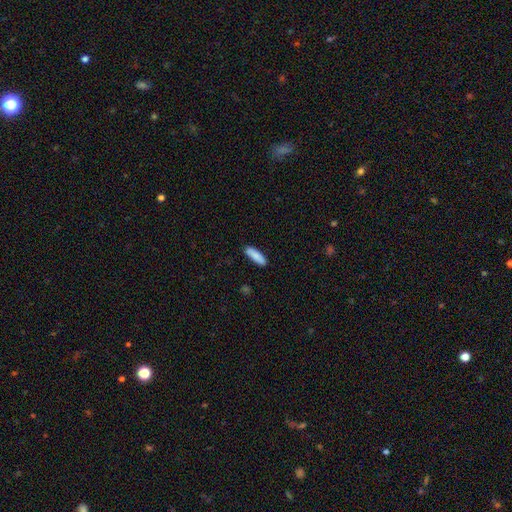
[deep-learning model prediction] Morphology: type=smooth (87%); roundness=cigar-shaped (60%); merging=none (87%).